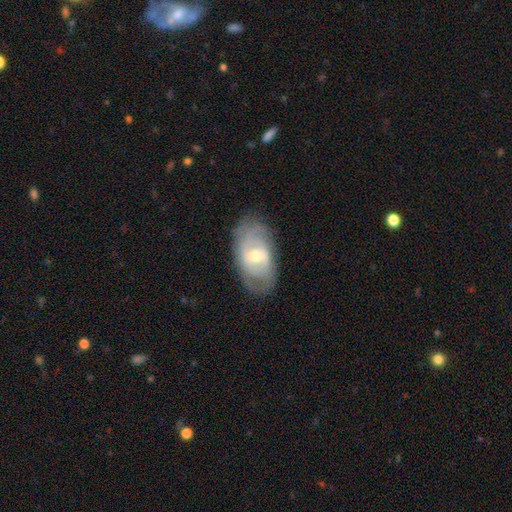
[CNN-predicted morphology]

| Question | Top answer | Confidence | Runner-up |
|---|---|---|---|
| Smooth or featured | featured or disk | 73% | smooth (20%) |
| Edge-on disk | no | 94% | yes (6%) |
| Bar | no | 45% | weak (44%) |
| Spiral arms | yes | 83% | no (17%) |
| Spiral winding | tight | 57% | medium (32%) |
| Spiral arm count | can't tell | 42% | 2 (36%) |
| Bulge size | moderate | 58% | small (37%) |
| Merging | none | 74% | minor disturbance (18%) |